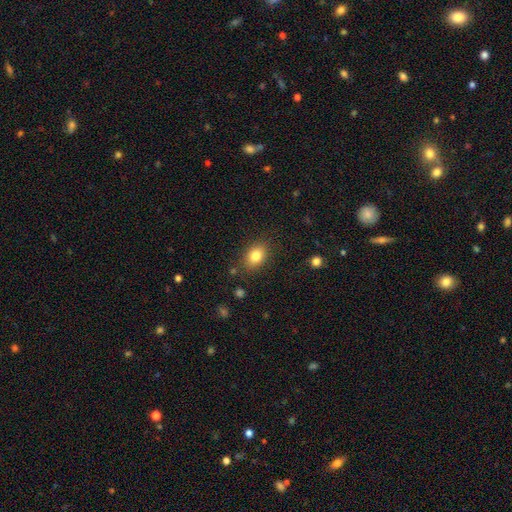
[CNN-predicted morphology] This appears to be a smooth galaxy with no disk features (82%) that is in between round and cigar-shaped (73%). Merging: none (83%).